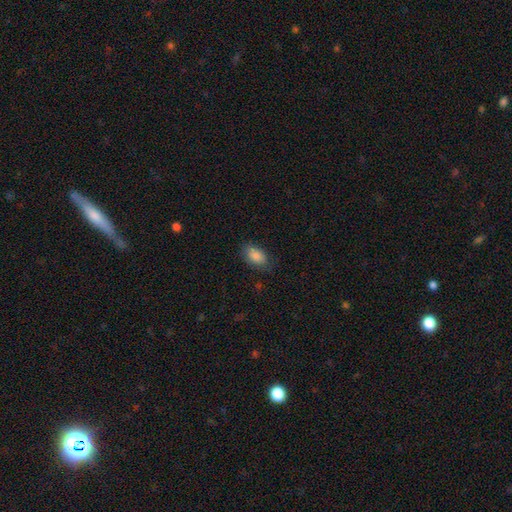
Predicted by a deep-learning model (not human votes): smooth-or-featured: smooth: 87% | star or artifact: 7% | featured or disk: 5%
  how-rounded: in between: 91% | round: 7% | cigar-shaped: 2%
  merging: none: 79% | minor disturbance: 16% | major disturbance: 4% | merger: 1%